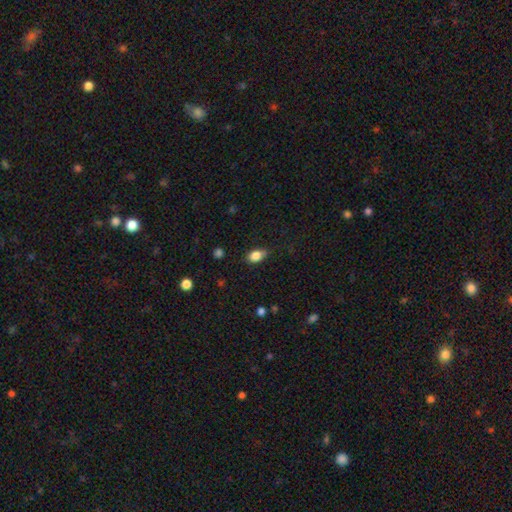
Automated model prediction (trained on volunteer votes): Overall: smooth (84%). How rounded: in between (79%). Merging: none (69%).